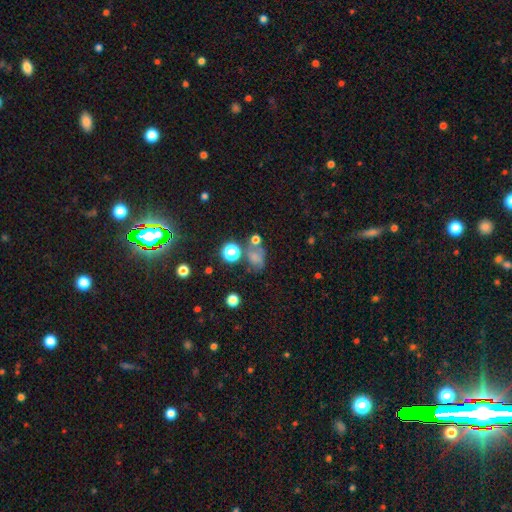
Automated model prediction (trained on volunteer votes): Q: Smooth or featured?
A: smooth (58%); runner-up: star or artifact (25%)
Q: How rounded?
A: in between (57%); runner-up: round (41%)
Q: Merging?
A: none (42%); runner-up: minor disturbance (21%)